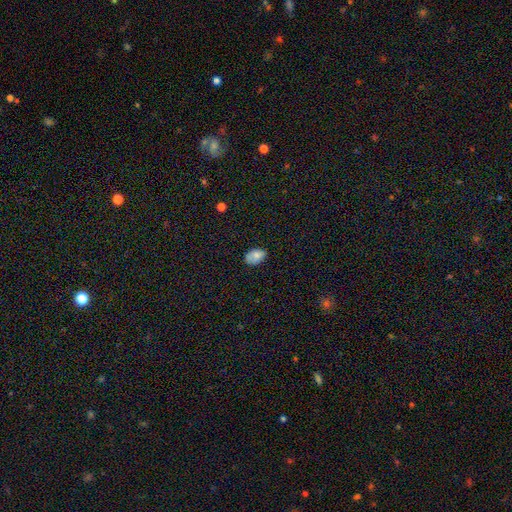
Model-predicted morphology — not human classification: Smooth or featured: smooth — 80% (featured or disk — 11%)
How rounded: in between — 88% (round — 11%)
Merging: none — 71% (minor disturbance — 23%)